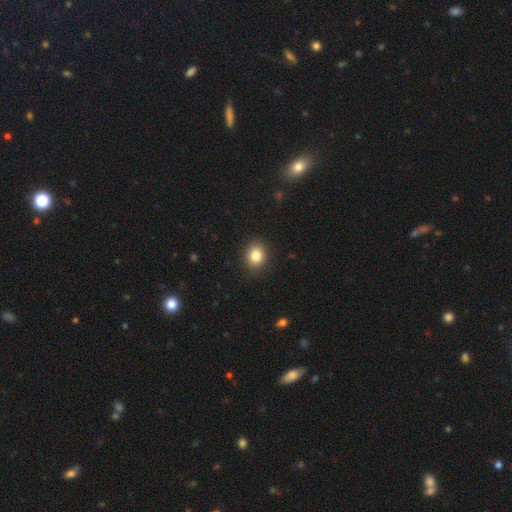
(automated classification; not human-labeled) Overall: smooth (85%). How rounded: round (64%; in between 35%). Merging: none (89%).